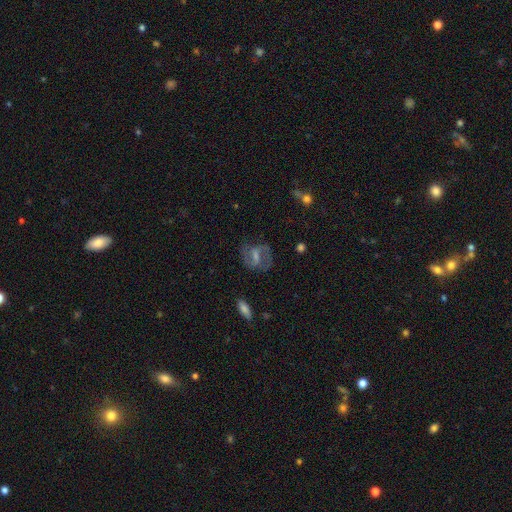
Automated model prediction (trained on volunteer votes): Morphology: type=featured or disk (74%); edge-on=no (96%); bar=weak (50%); spiral arms=yes (89%); winding=medium (52%); arm count=2 (83%); bulge=small (42%); merging=none (75%).